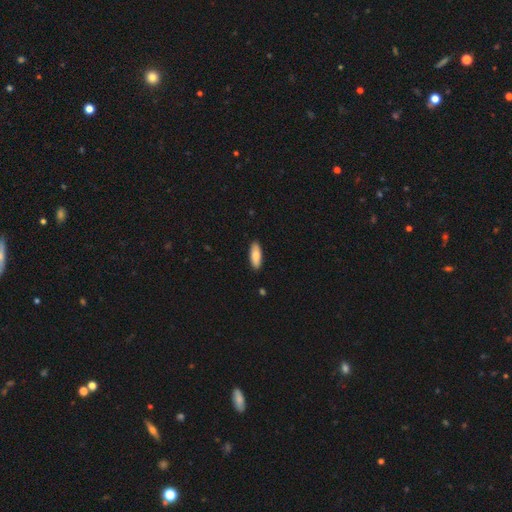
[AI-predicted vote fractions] Overall: smooth (82%). How rounded: in between (70%). Merging: none (90%).